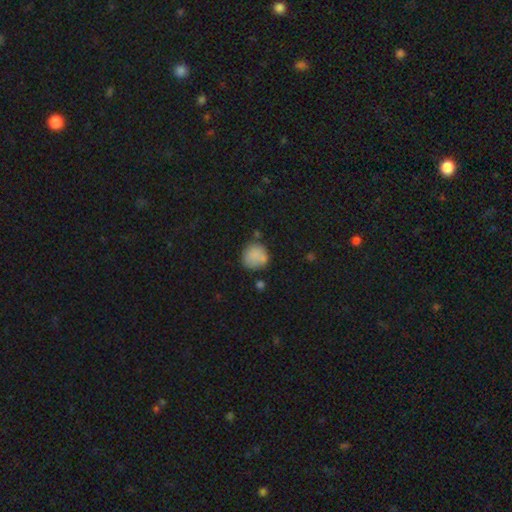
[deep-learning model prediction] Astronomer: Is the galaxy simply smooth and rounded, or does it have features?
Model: smooth — 82%.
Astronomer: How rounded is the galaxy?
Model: round — 87%.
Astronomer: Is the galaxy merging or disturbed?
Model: none — 67%.